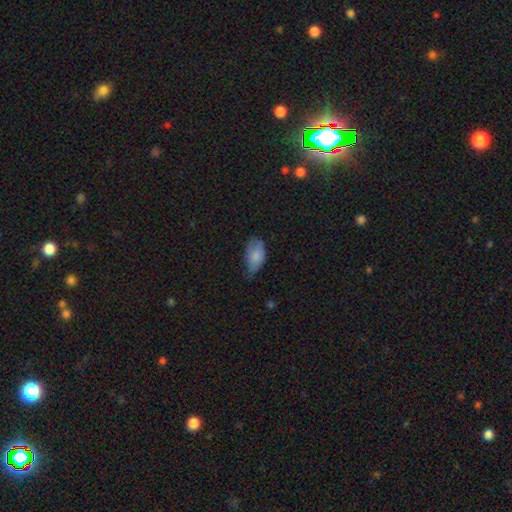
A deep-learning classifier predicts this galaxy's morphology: Smooth or featured: smooth — 82% (featured or disk — 11%)
How rounded: in between — 94% (round — 4%)
Merging: none — 45% (minor disturbance — 43%)